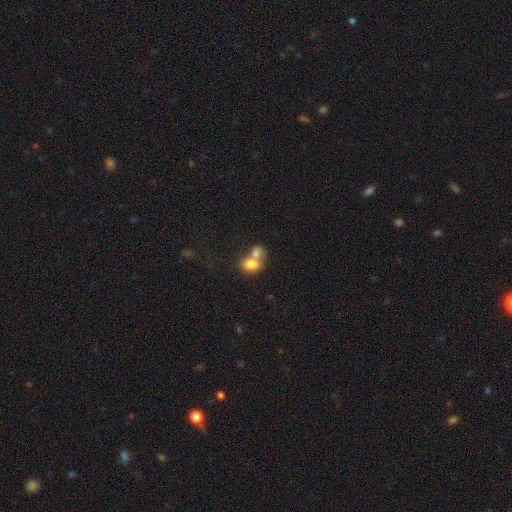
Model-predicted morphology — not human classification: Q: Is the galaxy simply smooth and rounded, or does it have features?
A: smooth — 71%.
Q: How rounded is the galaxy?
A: round — 52%.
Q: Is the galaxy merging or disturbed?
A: merger — 67%.